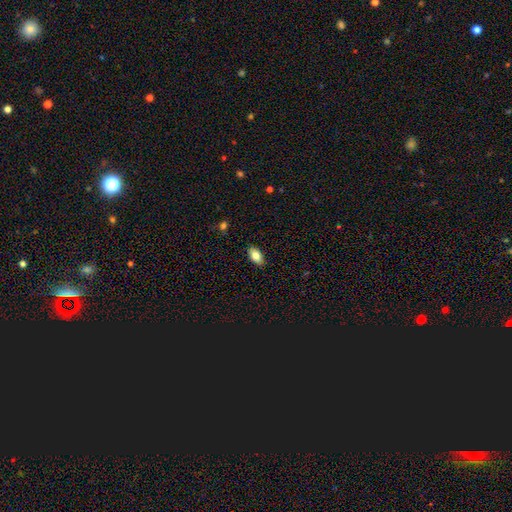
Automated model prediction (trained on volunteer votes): Overall: smooth (82%). How rounded: in between (91%). Merging: none (88%).